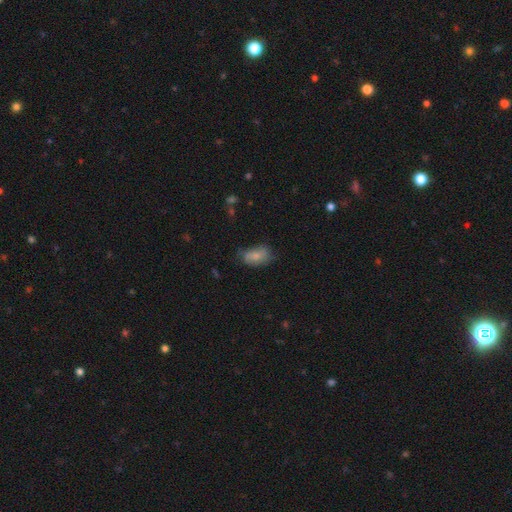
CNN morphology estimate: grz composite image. It shows a smooth galaxy with no disk features (77%) that is in between round and cigar-shaped (91%). Merging: none (55%).